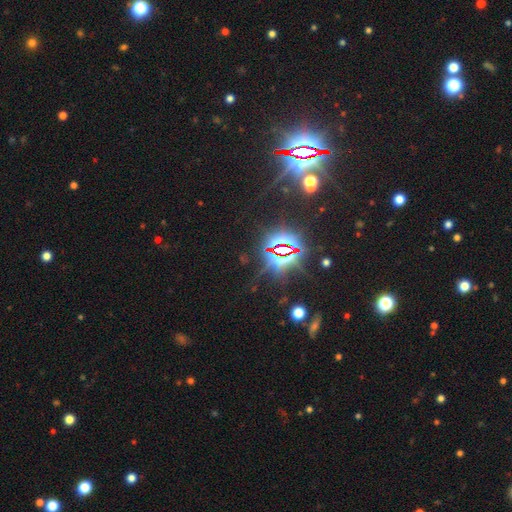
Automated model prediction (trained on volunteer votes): Q: Smooth or featured?
A: star or artifact (84%); runner-up: smooth (9%)